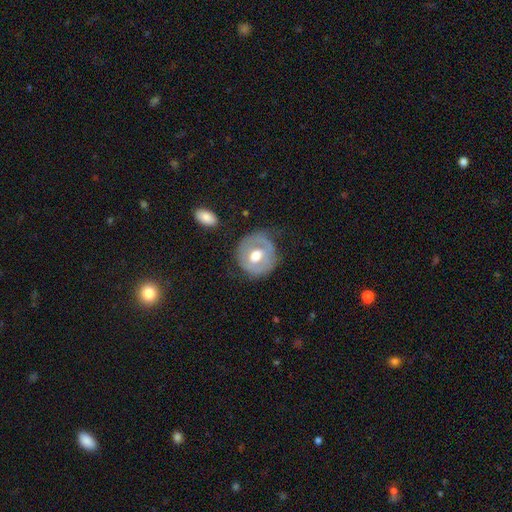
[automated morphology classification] The model was most divided on "smooth or featured": featured or disk: 55%, smooth: 39%, star or artifact: 6%. More confident: edge-on disk — no (96%); bulge size — moderate (70%); merging — none (68%); spiral arms — no (65%); bar — no (60%).